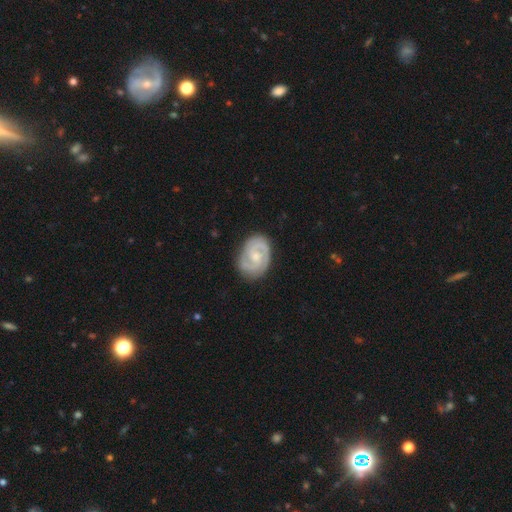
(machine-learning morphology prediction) type=featured or disk (88%); edge-on=no (98%); bar=no (55%); spiral arms=yes (98%); winding=tight (58%); arm count=2 (87%); bulge=moderate (46%); merging=none (83%).